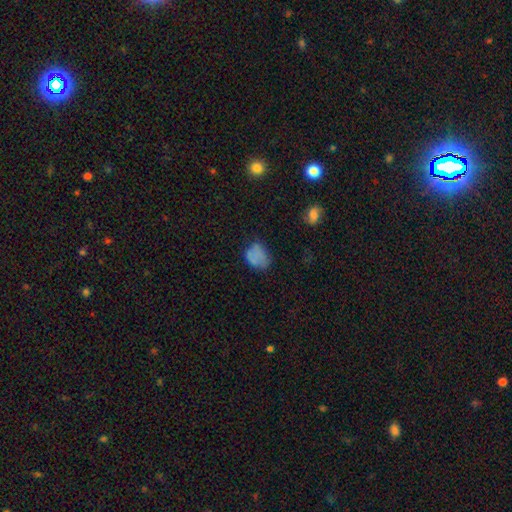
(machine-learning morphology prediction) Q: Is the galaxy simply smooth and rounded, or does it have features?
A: smooth — 75%.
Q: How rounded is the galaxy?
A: in between — 60%.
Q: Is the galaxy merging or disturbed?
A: none — 49%.